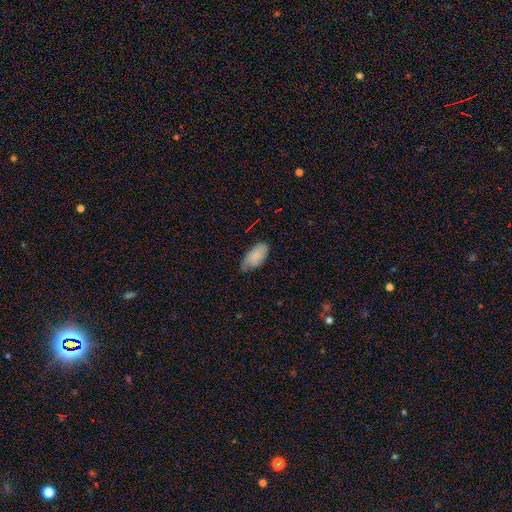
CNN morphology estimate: Smooth or featured?
  - smooth: 85% *
  - featured or disk: 9%
  - star or artifact: 7%
How rounded?
  - in between: 95% *
  - cigar-shaped: 3%
  - round: 2%
Merging?
  - none: 60% *
  - minor disturbance: 33%
  - major disturbance: 5%
  - merger: 1%